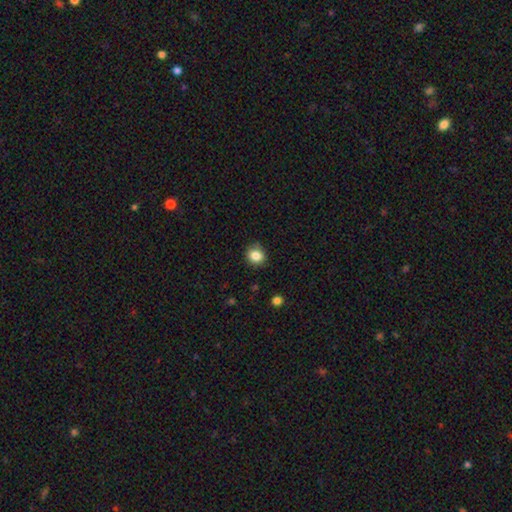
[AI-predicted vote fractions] smooth_or_featured: smooth (p=0.84) [alt: star or artifact p=0.10]
how_rounded: round (p=0.79) [alt: in between p=0.20]
merging: none (p=0.84) [alt: minor disturbance p=0.12]